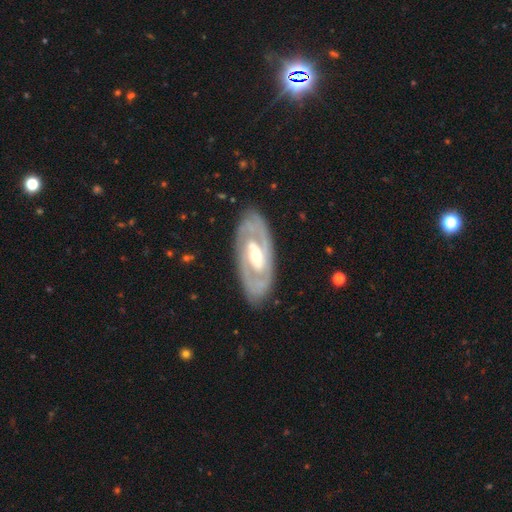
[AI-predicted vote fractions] This is clearly a featured or disk galaxy (83%). It is clearly not viewed edge-on (91%). Bar: marginally no (44%). Spiral arm pattern: likely yes (76%). Spiral arm count: likely 2 (71%). Spiral winding: possibly tight (54%). Central bulge: likely moderate (70%). Merging: clearly none (83%).